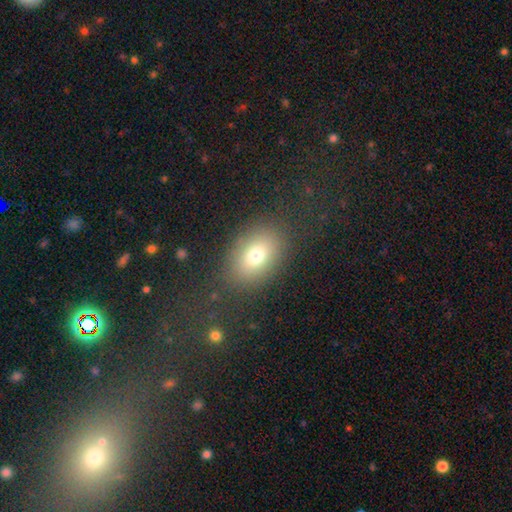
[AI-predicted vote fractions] smooth-or-featured: smooth: 75% | featured or disk: 13% | star or artifact: 12%
  how-rounded: in between: 78% | round: 20% | cigar-shaped: 2%
  merging: none: 82% | minor disturbance: 10% | major disturbance: 6% | merger: 2%